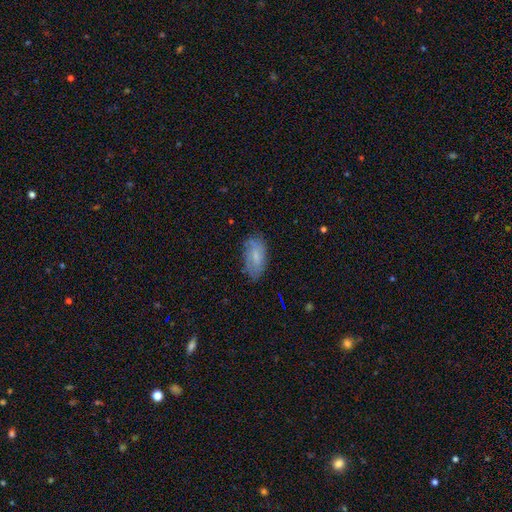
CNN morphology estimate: This is possibly a smooth galaxy (53%). How rounded: clearly in between (90%). Merging: likely none (69%).